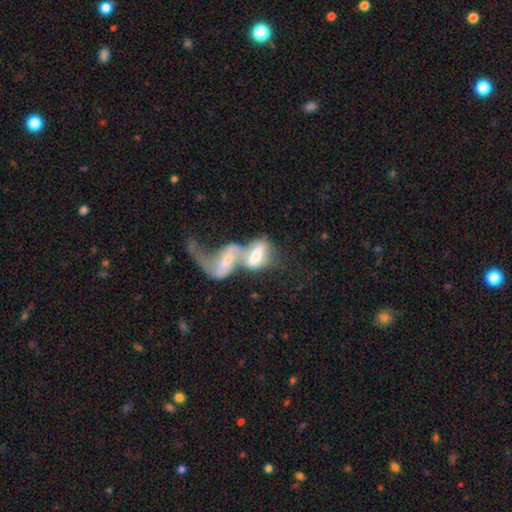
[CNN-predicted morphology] A featured or disk galaxy (52%).

Vote fractions:
- Smooth or featured? featured or disk: 52% / smooth: 39% / star or artifact: 9%
- Edge-on disk? no: 92% / yes: 8%
- Merging? merger: 77% / major disturbance: 13% / none: 6% / minor disturbance: 4%